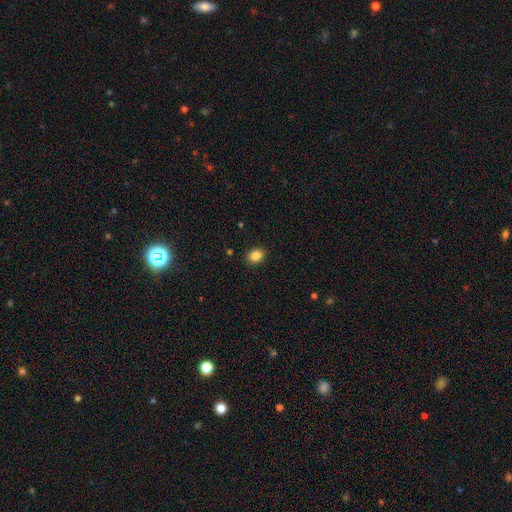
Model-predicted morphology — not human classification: Smooth or featured? smooth (86%)
How rounded? in between (51%)
Merging? none (90%)